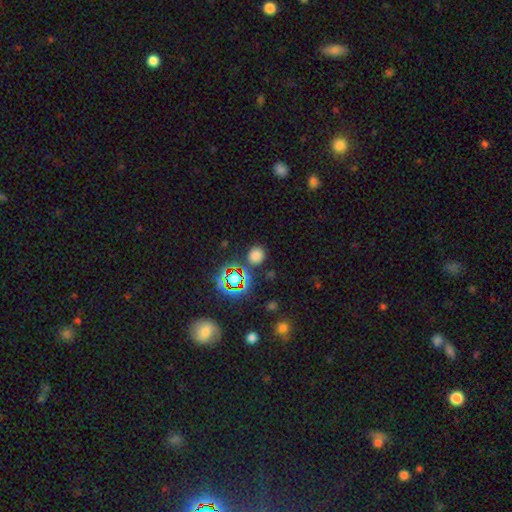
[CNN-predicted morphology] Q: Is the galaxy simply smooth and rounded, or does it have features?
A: smooth — 69%.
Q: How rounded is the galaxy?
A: round — 88%.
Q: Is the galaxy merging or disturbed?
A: none — 83%.